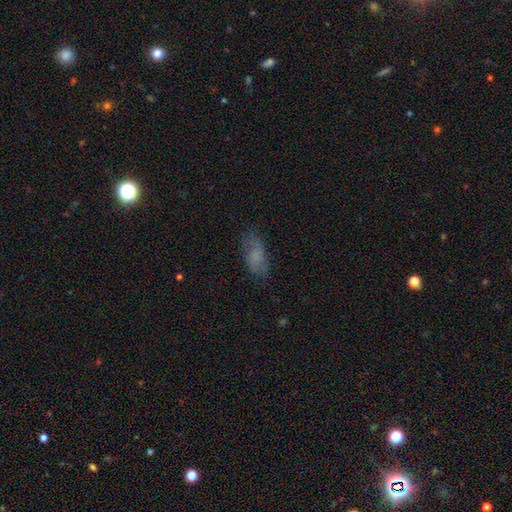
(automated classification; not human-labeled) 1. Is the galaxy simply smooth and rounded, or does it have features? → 65% smooth, 24% featured or disk, 11% star or artifact.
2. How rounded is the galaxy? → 85% in between, 11% cigar-shaped, 4% round.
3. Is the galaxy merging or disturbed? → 64% none, 23% minor disturbance, 11% major disturbance, 2% merger.